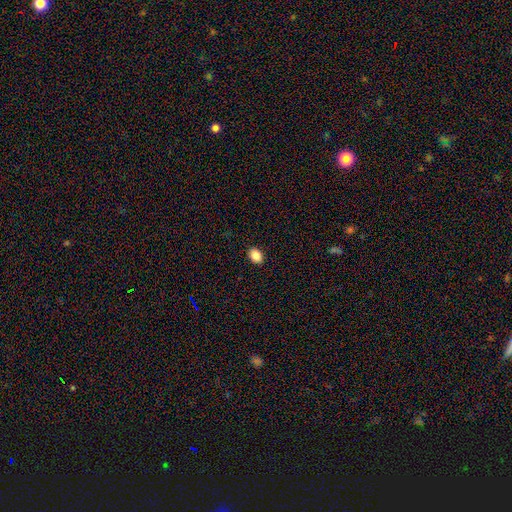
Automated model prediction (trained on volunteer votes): A smooth galaxy with no disk features (87%) that is in between round and cigar-shaped (70%).

Vote fractions:
- Smooth or featured? smooth: 87% / star or artifact: 9% / featured or disk: 4%
- How rounded? in between: 70% / round: 29% / cigar-shaped: 1%
- Merging? none: 91% / minor disturbance: 6% / major disturbance: 2% / merger: 1%